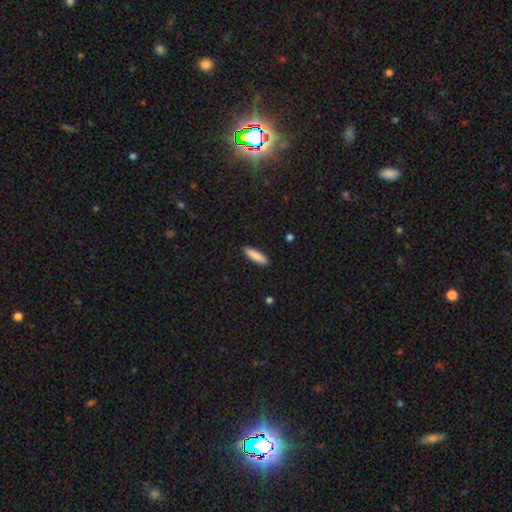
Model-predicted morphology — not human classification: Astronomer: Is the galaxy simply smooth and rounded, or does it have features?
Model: smooth — 88%.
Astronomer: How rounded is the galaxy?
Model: cigar-shaped — 71%.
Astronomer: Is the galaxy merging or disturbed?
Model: none — 90%.